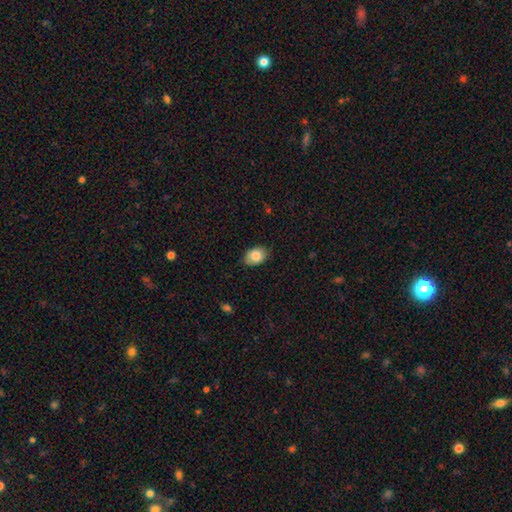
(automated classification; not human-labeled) Overall: smooth (83%). How rounded: in between (82%). Merging: none (84%).